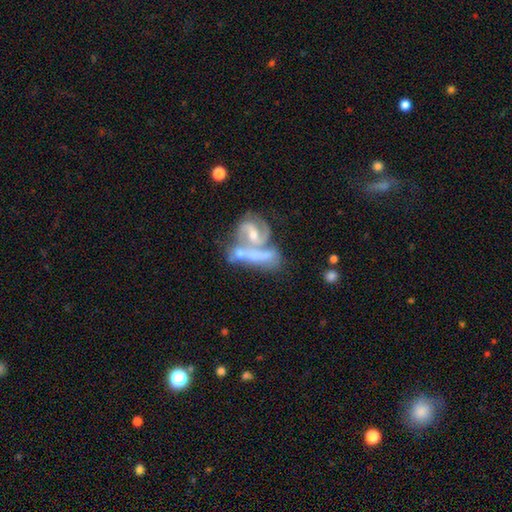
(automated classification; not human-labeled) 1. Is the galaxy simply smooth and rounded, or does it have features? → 73% featured or disk, 19% smooth, 7% star or artifact.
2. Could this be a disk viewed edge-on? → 92% no, 8% yes.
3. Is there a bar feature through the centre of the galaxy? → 41% no, 38% weak, 21% strong.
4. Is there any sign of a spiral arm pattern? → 85% yes, 15% no.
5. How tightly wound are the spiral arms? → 47% medium, 31% tight, 22% loose.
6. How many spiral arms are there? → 69% 2, 13% can't tell, 9% 1, 6% 3, 2% 4, 2% more than 4.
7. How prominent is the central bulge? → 45% moderate, 43% small, 7% none, 3% large, 1% dominant.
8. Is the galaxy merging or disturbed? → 56% merger, 23% none, 11% minor disturbance, 10% major disturbance.